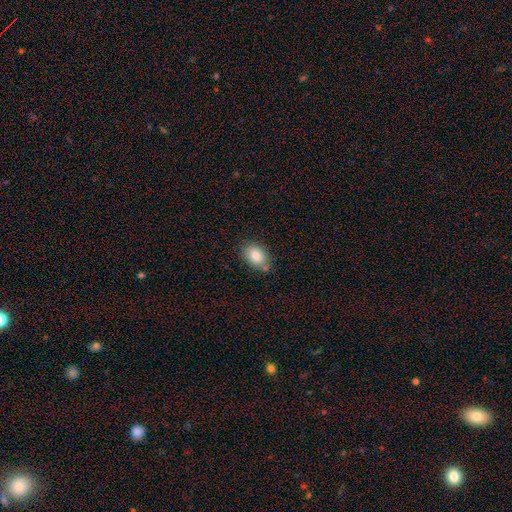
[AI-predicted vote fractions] smooth 85%, star or artifact 8%, featured or disk 7%. Down the decision tree: how rounded — in between (84%); merging — none (72%).